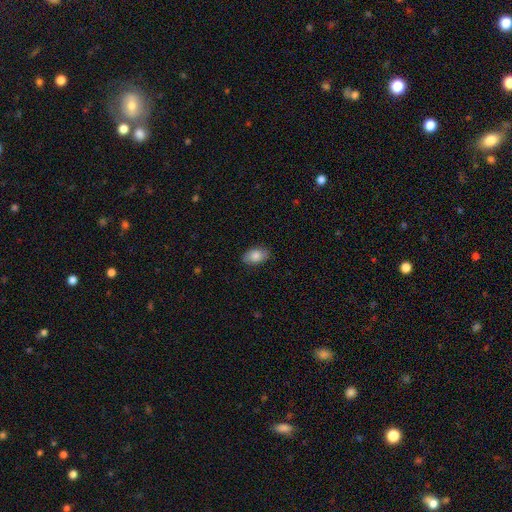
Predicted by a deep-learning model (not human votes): Smooth or featured? Predicted: smooth (p=0.83). How rounded? Predicted: in between (p=0.91). Merging? Predicted: none (p=0.85).